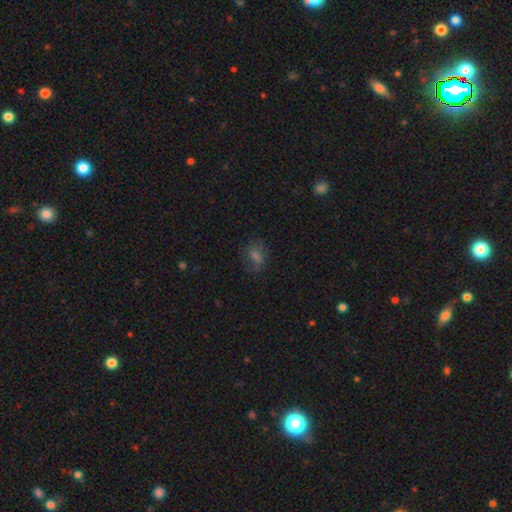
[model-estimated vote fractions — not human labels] Overall: smooth (54%; star or artifact 23%). How rounded: in between (63%; round 34%). Merging: none (69%).